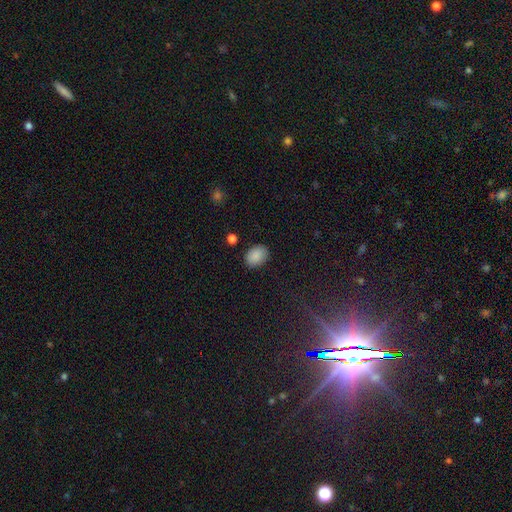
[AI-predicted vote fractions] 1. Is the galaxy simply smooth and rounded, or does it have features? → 88% smooth, 8% star or artifact, 4% featured or disk.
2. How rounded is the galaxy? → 71% in between, 28% round, 1% cigar-shaped.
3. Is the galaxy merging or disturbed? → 85% none, 10% minor disturbance, 3% major disturbance, 2% merger.